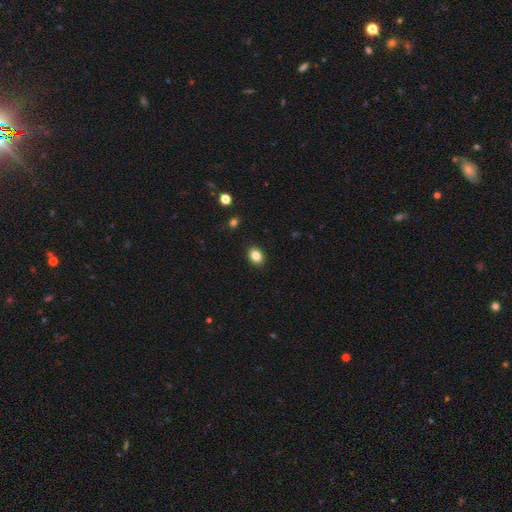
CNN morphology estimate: Smooth or featured? Predicted: smooth (p=0.84). How rounded? Predicted: in between (p=0.66). Merging? Predicted: none (p=0.90).